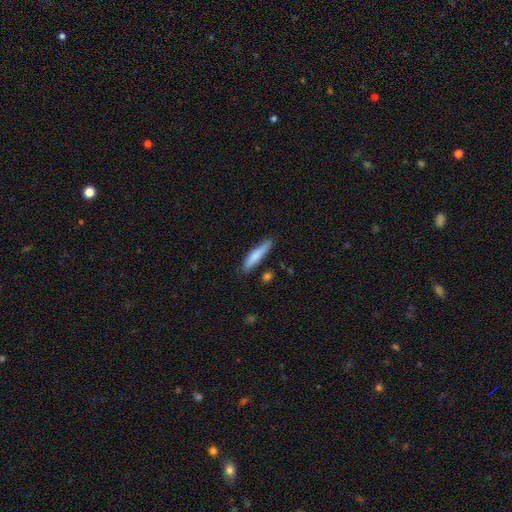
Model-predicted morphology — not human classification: Smooth or featured?
  - smooth: 78% *
  - featured or disk: 17%
  - star or artifact: 6%
How rounded?
  - cigar-shaped: 86% *
  - in between: 12%
  - round: 1%
Merging?
  - none: 79% *
  - minor disturbance: 16%
  - merger: 3%
  - major disturbance: 3%